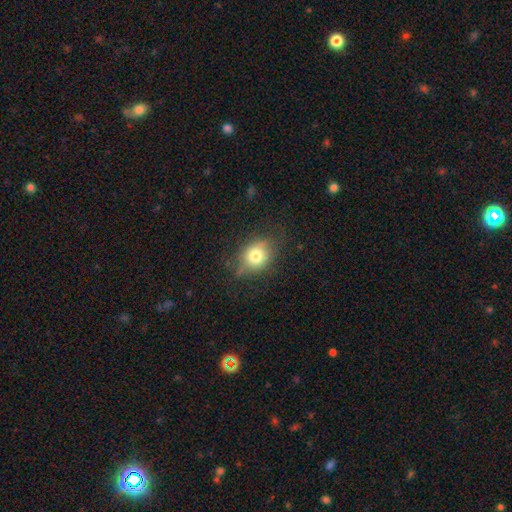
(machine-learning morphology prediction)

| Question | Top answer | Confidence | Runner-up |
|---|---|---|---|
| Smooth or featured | smooth | 73% | featured or disk (16%) |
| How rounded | round | 55% | in between (43%) |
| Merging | none | 69% | minor disturbance (23%) |